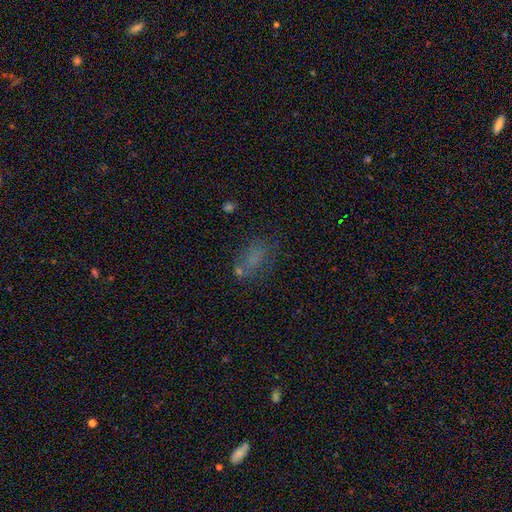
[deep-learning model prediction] Smooth or featured?
  - smooth: 59% *
  - star or artifact: 21%
  - featured or disk: 20%
How rounded?
  - in between: 82% *
  - round: 14%
  - cigar-shaped: 4%
Merging?
  - none: 50% *
  - minor disturbance: 22%
  - major disturbance: 18%
  - merger: 10%